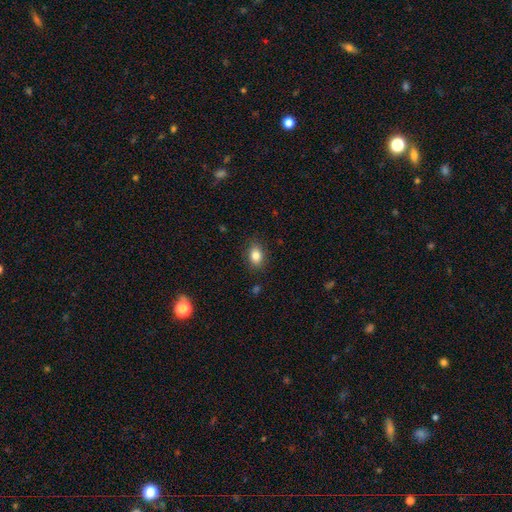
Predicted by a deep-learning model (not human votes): This appears to be a smooth galaxy with no disk features (84%) that is in between round and cigar-shaped (74%). Merging: none (85%).